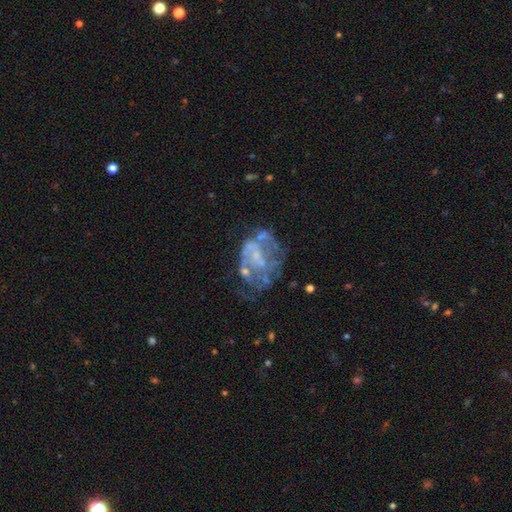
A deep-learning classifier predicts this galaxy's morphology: A featured or disk galaxy (73%) with no bar (76%), no spiral arms (67%) and no central bulge (43%). Merging: none (37%).